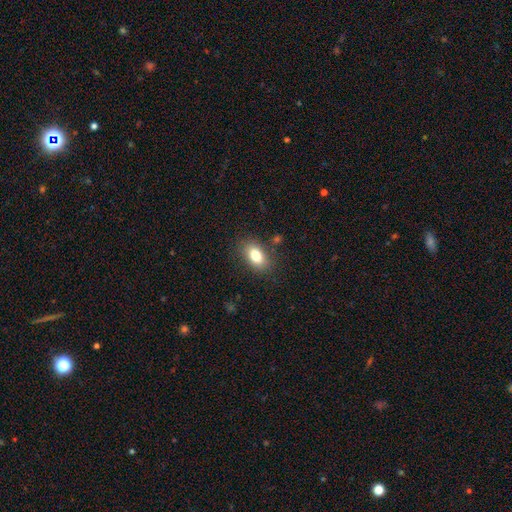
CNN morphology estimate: The model was most divided on "merging": none: 83%, minor disturbance: 12%, major disturbance: 3%, merger: 2%. More confident: how rounded — in between (88%); smooth or featured — smooth (81%).